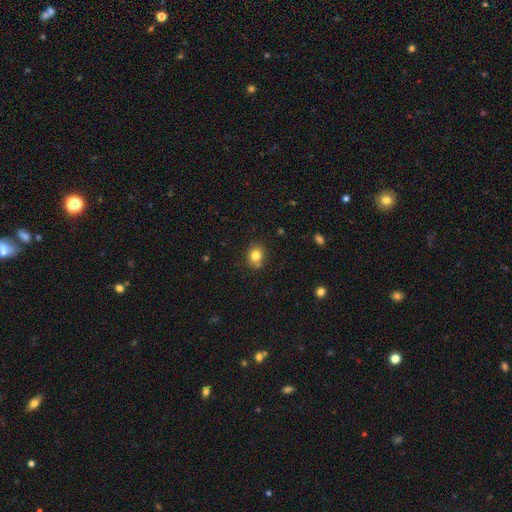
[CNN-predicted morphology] This appears to be a smooth galaxy with no disk features (81%) that is round (66%). Merging: none (78%).